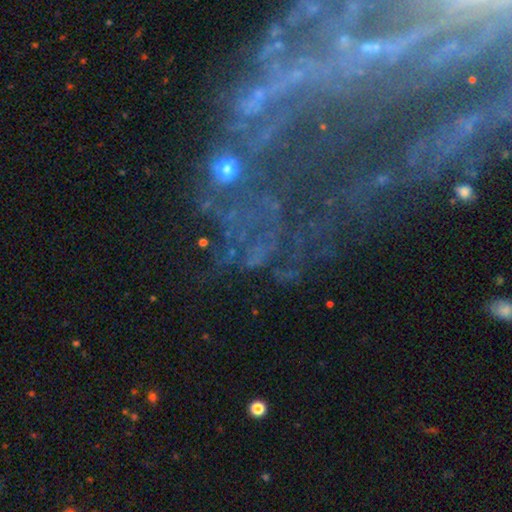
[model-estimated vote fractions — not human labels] Morphology: type=featured or disk (47%); merging=none (51%).